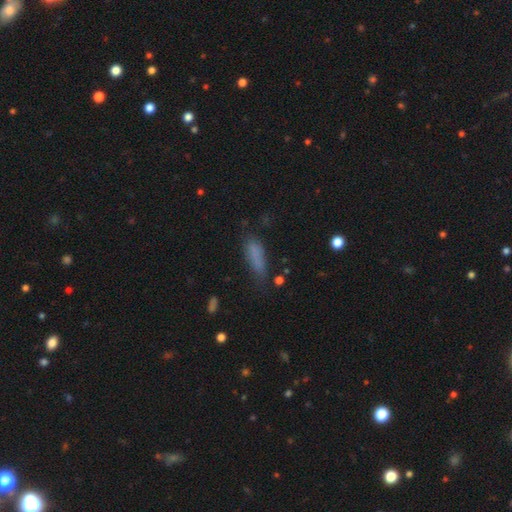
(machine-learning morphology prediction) smooth_or_featured: smooth (p=0.76) [alt: star or artifact p=0.12]
how_rounded: cigar-shaped (p=0.50) [alt: in between p=0.47]
merging: none (p=0.56) [alt: minor disturbance p=0.27]